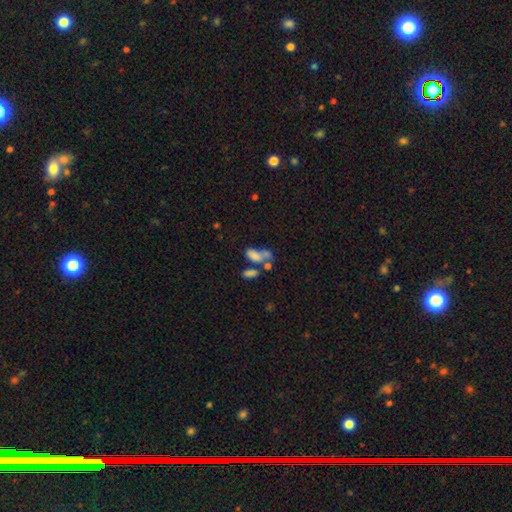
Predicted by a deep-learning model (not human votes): This appears to be a smooth galaxy with no disk features (69%) that is in between round and cigar-shaped (87%). Merging: merger (49%).